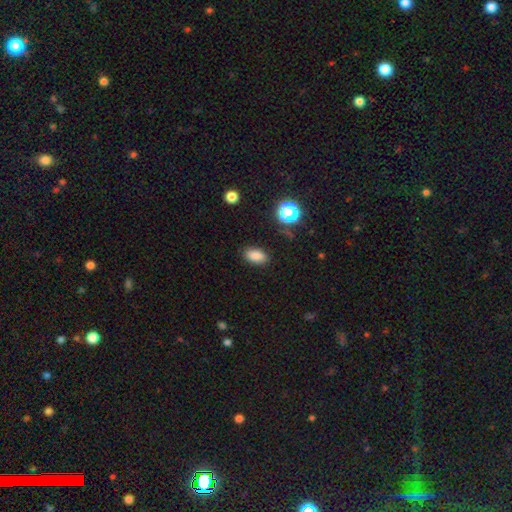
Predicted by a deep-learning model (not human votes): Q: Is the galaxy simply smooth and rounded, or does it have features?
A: smooth — 84%.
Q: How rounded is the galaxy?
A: in between — 89%.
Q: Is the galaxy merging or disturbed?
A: none — 86%.